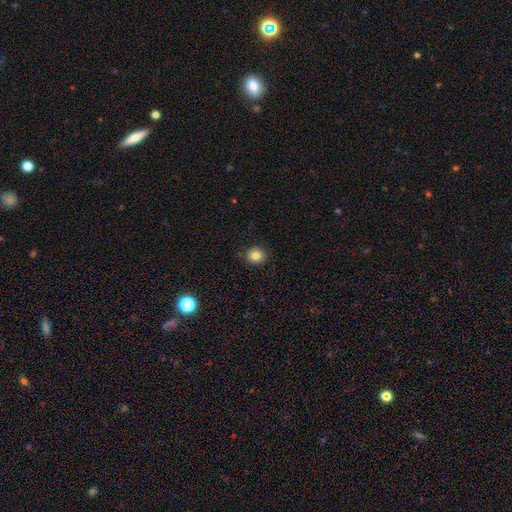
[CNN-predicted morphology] This is likely a smooth galaxy (80%). How rounded: likely round (79%). Merging: clearly none (88%).